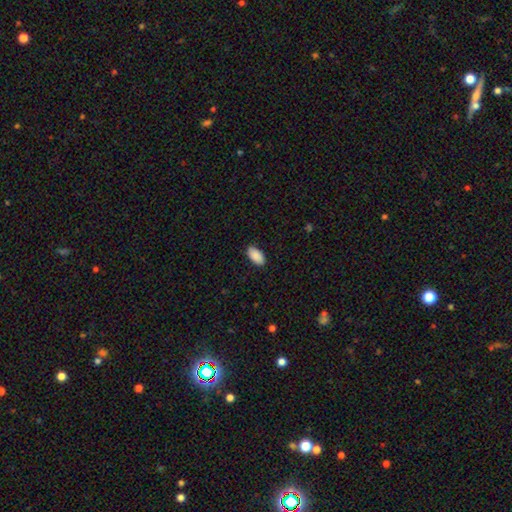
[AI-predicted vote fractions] Smooth or featured?
  - smooth: 91% *
  - star or artifact: 6%
  - featured or disk: 3%
How rounded?
  - in between: 95% *
  - cigar-shaped: 3%
  - round: 2%
Merging?
  - none: 88% *
  - minor disturbance: 9%
  - major disturbance: 2%
  - merger: 1%